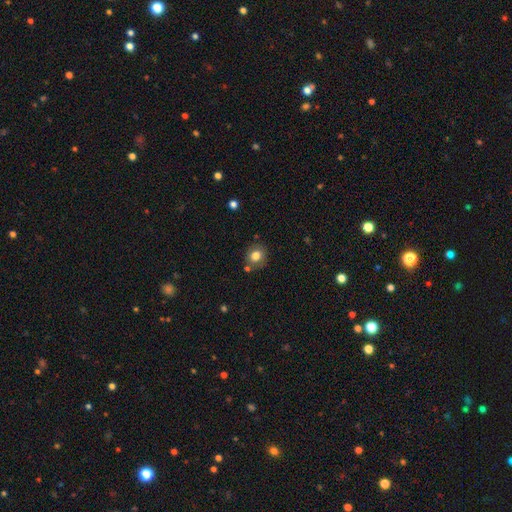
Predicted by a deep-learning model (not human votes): The model was most divided on "how rounded": round: 75%, in between: 24%, cigar-shaped: 1%. More confident: smooth or featured — smooth (79%); merging — none (75%).